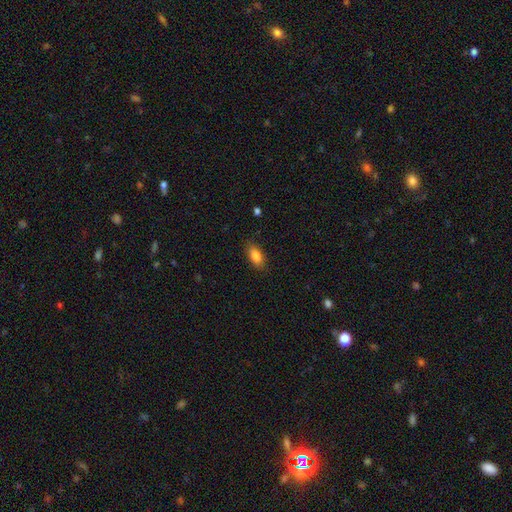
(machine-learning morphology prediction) Q: Smooth or featured?
A: smooth (86%); runner-up: star or artifact (7%)
Q: How rounded?
A: in between (87%); runner-up: cigar-shaped (9%)
Q: Merging?
A: none (85%); runner-up: minor disturbance (11%)